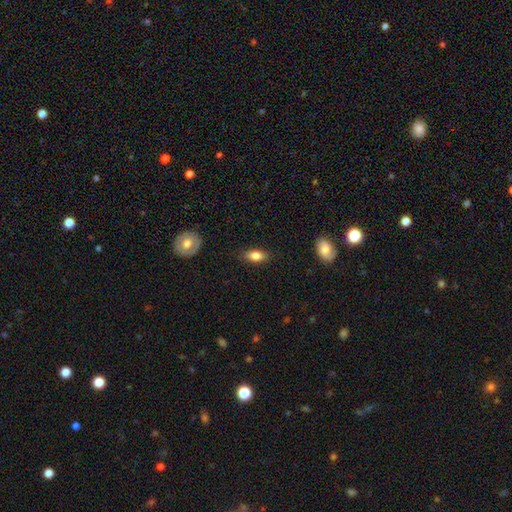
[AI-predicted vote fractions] This is clearly a smooth galaxy (81%). How rounded: clearly in between (85%). Merging: clearly none (84%).